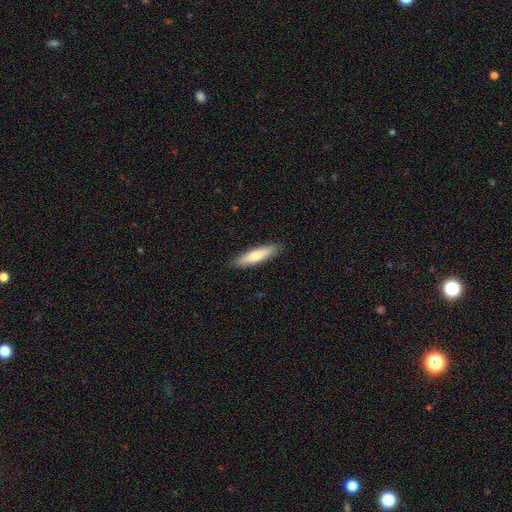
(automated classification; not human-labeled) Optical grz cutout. It shows a smooth galaxy with no disk features (69%) that is cigar-shaped (75%). Merging: none (89%).